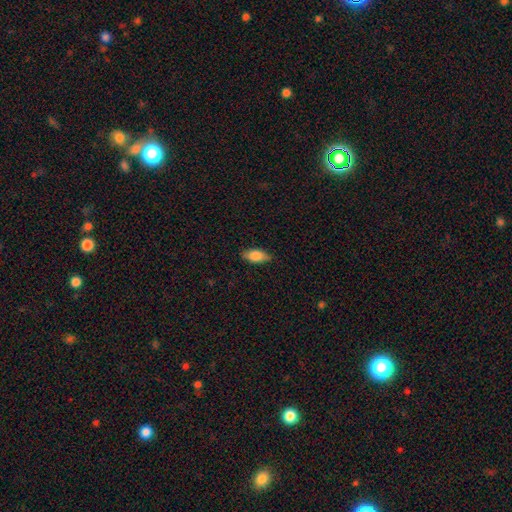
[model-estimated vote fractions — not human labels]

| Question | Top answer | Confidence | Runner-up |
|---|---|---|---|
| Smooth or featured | smooth | 81% | featured or disk (12%) |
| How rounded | in between | 85% | cigar-shaped (11%) |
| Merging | none | 83% | minor disturbance (14%) |